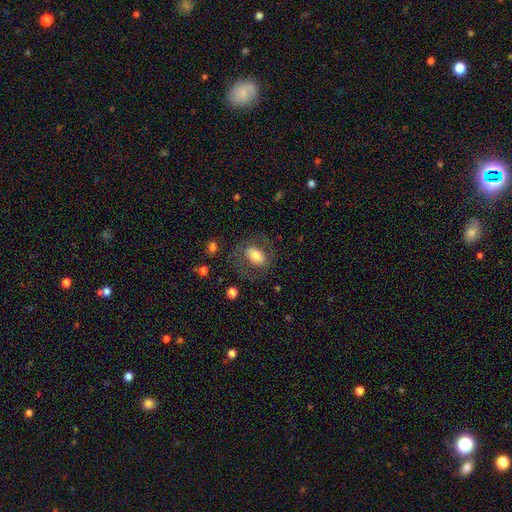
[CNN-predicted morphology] Overall: smooth (62%; featured or disk 30%). How rounded: in between (79%). Merging: none (67%).